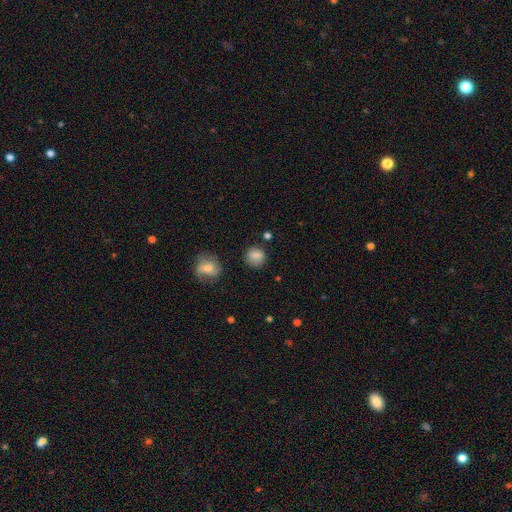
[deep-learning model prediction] Smooth or featured: smooth — 83% (star or artifact — 10%)
How rounded: round — 83% (in between — 16%)
Merging: none — 77% (minor disturbance — 15%)